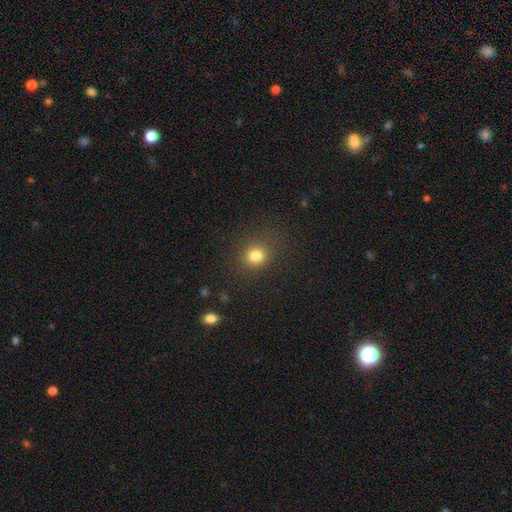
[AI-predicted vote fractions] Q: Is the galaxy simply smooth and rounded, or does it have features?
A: smooth — 81%.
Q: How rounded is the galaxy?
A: round — 86%.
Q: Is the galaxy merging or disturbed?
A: none — 84%.